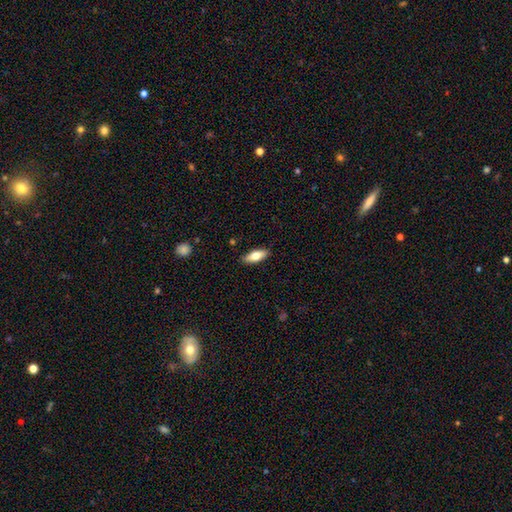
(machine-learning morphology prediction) type=smooth (72%); roundness=in between (74%); merging=none (88%).